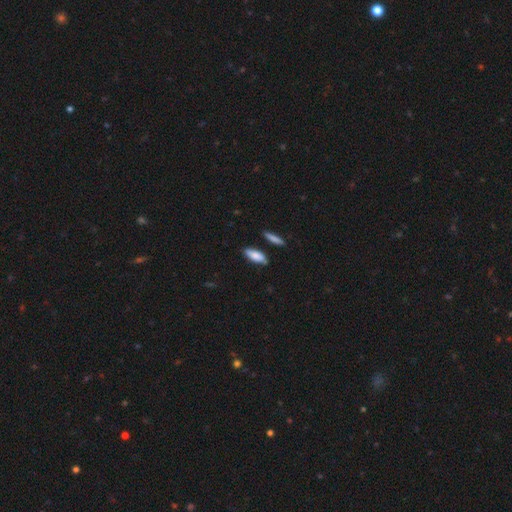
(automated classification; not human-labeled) smooth 79%, featured or disk 15%, star or artifact 6%. Down the decision tree: how rounded — in between (61%); merging — none (81%).